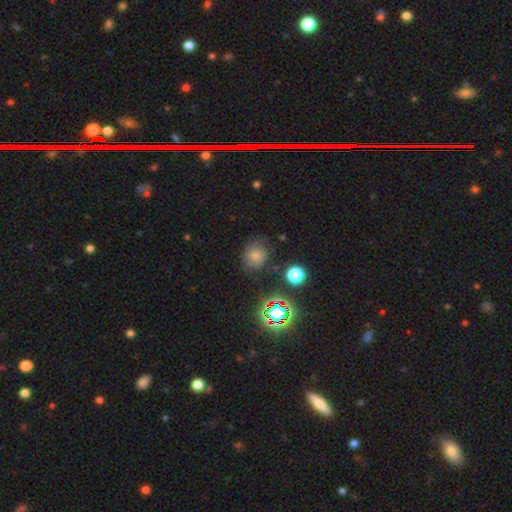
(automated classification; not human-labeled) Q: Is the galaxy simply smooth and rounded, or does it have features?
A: smooth — 61%.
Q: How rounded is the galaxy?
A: round — 73%.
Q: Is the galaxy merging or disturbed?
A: none — 75%.